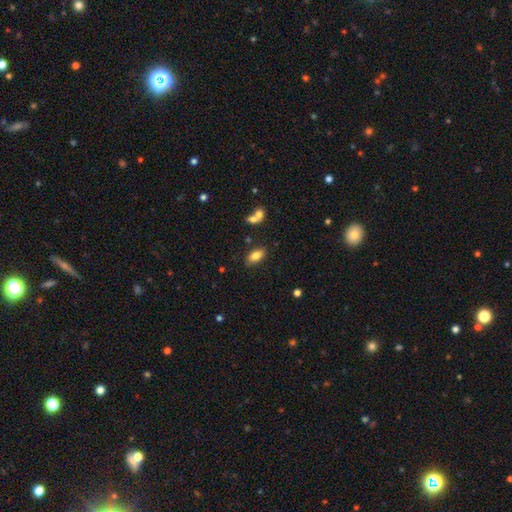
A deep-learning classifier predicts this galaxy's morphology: The model was most divided on "merging": none: 82%, minor disturbance: 11%, merger: 5%, major disturbance: 3%. More confident: how rounded — in between (90%); smooth or featured — smooth (82%).